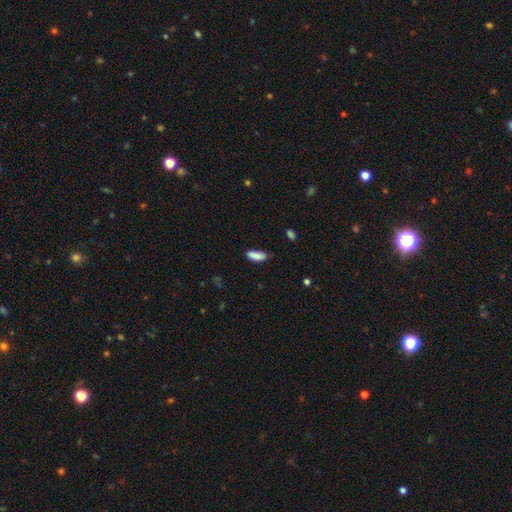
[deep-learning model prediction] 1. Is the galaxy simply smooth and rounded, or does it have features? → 87% smooth, 7% star or artifact, 6% featured or disk.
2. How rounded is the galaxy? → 68% in between, 30% cigar-shaped, 2% round.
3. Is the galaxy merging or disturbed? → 66% none, 26% minor disturbance, 5% major disturbance, 2% merger.